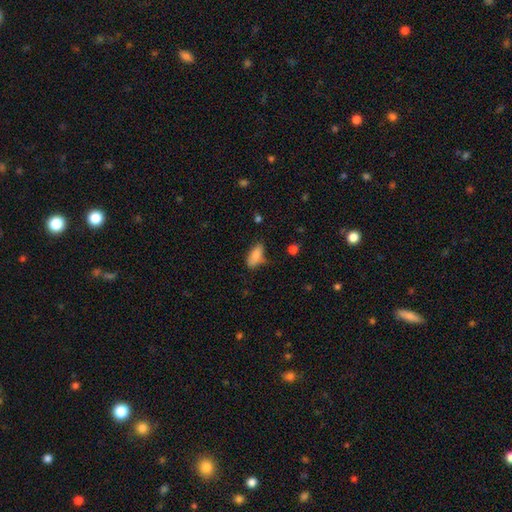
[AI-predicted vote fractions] Q: Smooth or featured?
A: smooth (83%); runner-up: featured or disk (9%)
Q: How rounded?
A: in between (86%); runner-up: cigar-shaped (11%)
Q: Merging?
A: none (57%); runner-up: minor disturbance (31%)